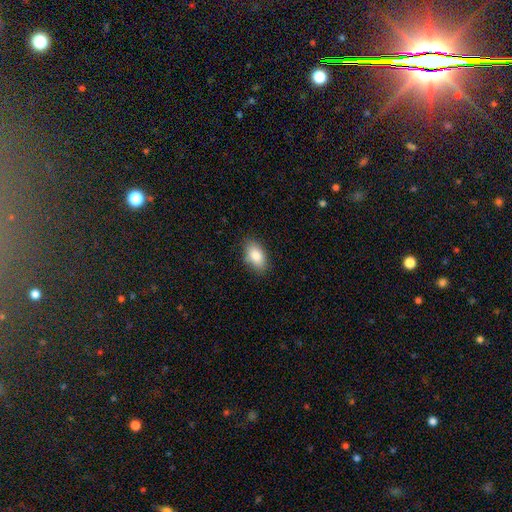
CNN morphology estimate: smooth 85%, featured or disk 8%, star or artifact 7%. Down the decision tree: how rounded — in between (92%); merging — none (82%).